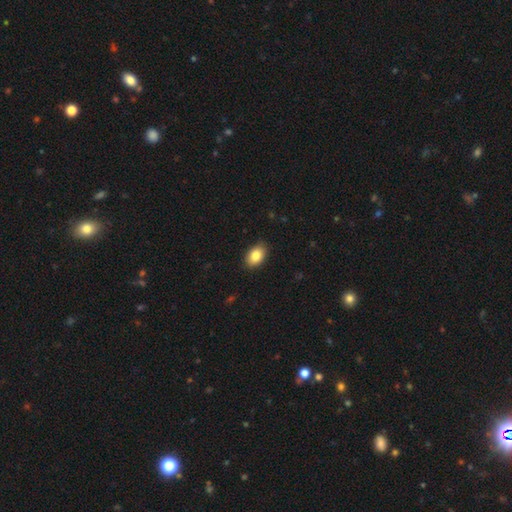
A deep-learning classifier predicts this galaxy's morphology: A smooth galaxy with no disk features (85%) that is in between round and cigar-shaped (89%). Merging: none (88%).